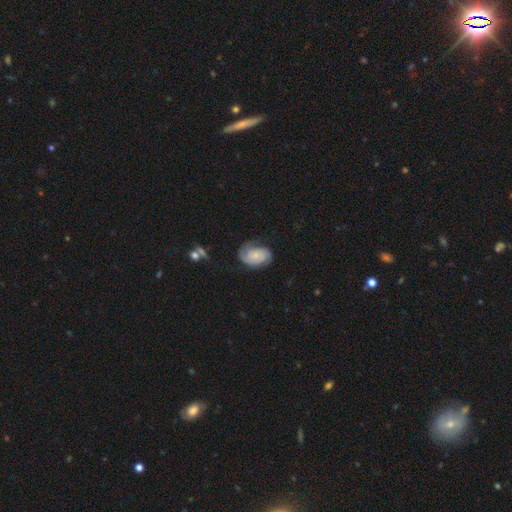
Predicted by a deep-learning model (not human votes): A featured or disk galaxy (64%) with no bar (71%), 2 (57%) tight (51%) spiral arms (92%) and a small central bulge (54%). Merging: none (62%).